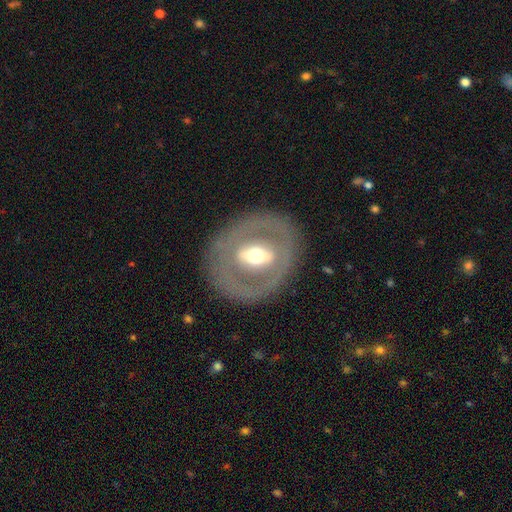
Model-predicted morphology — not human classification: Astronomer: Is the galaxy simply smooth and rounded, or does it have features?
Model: featured or disk — 66%.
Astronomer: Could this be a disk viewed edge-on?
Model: no — 89%.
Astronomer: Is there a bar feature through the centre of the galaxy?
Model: strong — 48% (runner-up: weak, 29%).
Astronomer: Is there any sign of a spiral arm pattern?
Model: no — 87%.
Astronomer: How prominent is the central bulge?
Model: moderate — 65%.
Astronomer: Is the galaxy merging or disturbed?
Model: none — 81%.